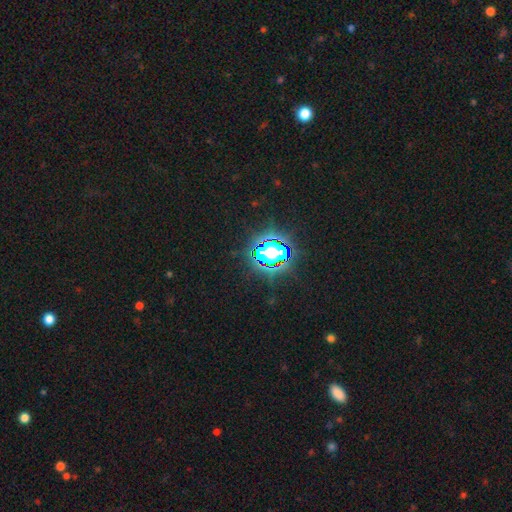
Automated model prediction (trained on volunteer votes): Smooth or featured? star or artifact (77%)